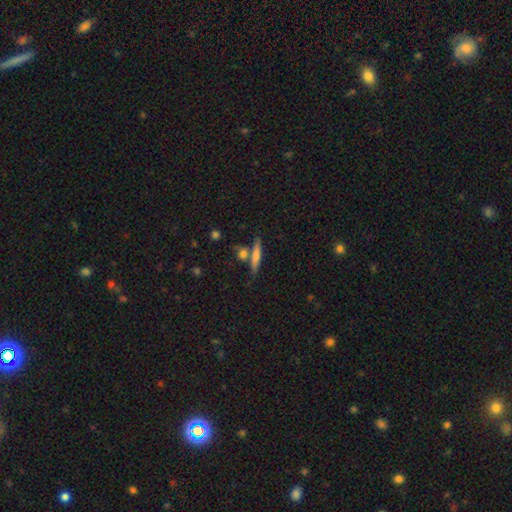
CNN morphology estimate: A smooth galaxy with no disk features (62%) that is cigar-shaped (86%). Merging: none (72%).